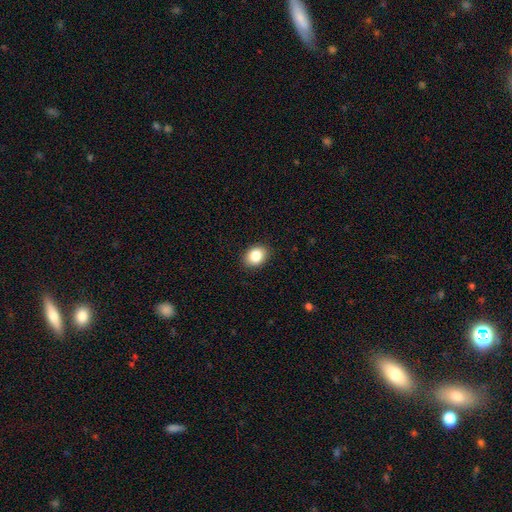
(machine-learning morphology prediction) Overall: smooth (85%). How rounded: in between (62%; round 37%). Merging: none (89%).